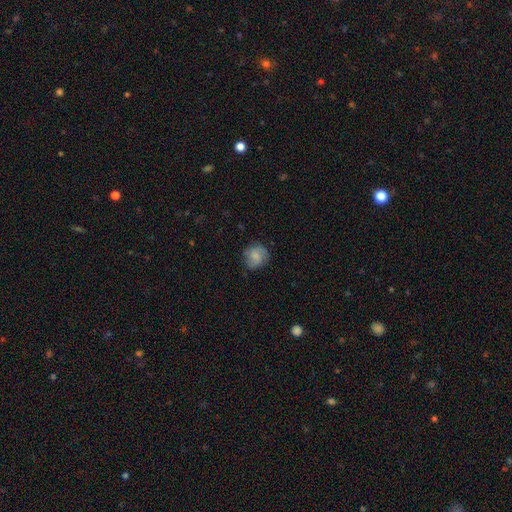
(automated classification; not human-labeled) smooth-or-featured: smooth: 77% | featured or disk: 15% | star or artifact: 8%
  how-rounded: round: 83% | in between: 16% | cigar-shaped: 1%
  merging: none: 75% | minor disturbance: 19% | major disturbance: 5% | merger: 1%